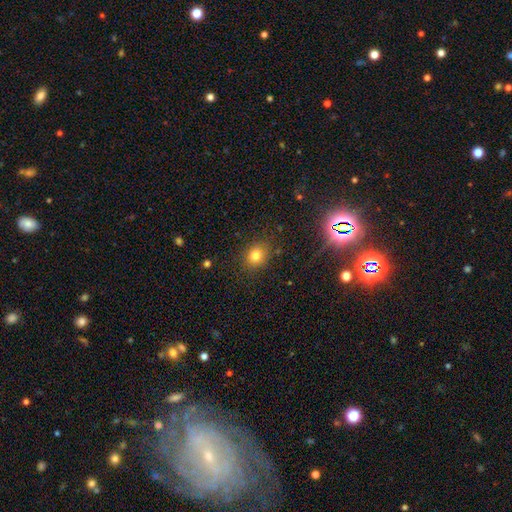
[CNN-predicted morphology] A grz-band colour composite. It shows a smooth galaxy with no disk features (78%) that is round (71%). Merging: none (85%).